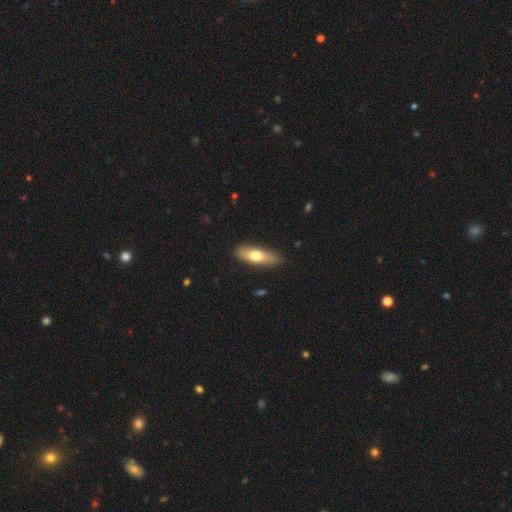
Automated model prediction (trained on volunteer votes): smooth-or-featured: smooth: 64% | featured or disk: 30% | star or artifact: 6%
  how-rounded: in between: 50% | cigar-shaped: 47% | round: 3%
  merging: none: 85% | minor disturbance: 12% | major disturbance: 2% | merger: 1%